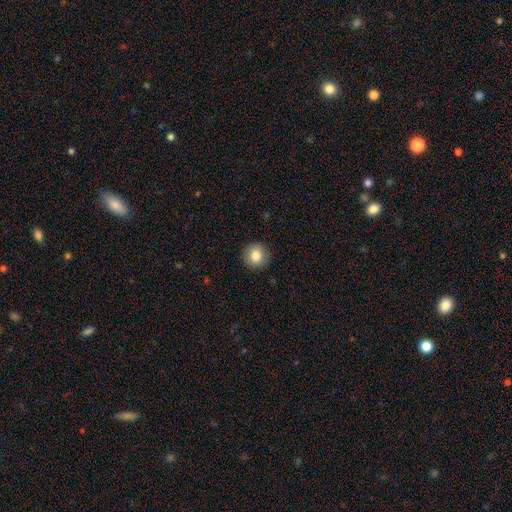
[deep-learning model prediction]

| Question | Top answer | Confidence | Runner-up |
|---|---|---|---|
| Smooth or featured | smooth | 83% | featured or disk (9%) |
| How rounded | round | 92% | in between (7%) |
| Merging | none | 90% | minor disturbance (7%) |